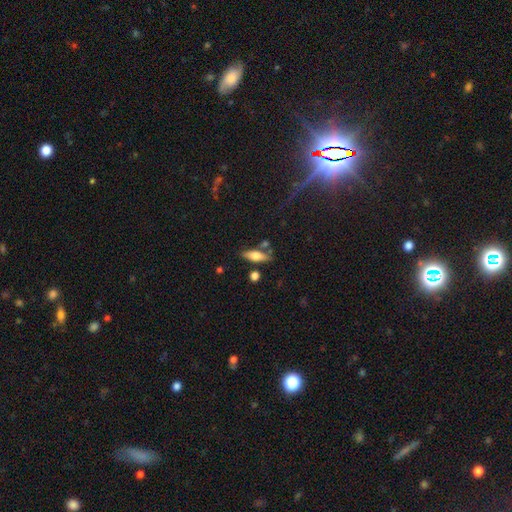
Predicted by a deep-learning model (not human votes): smooth-or-featured: smooth: 66% | featured or disk: 27% | star or artifact: 8%
  how-rounded: in between: 57% | cigar-shaped: 40% | round: 3%
  merging: none: 72% | minor disturbance: 14% | merger: 10% | major disturbance: 4%